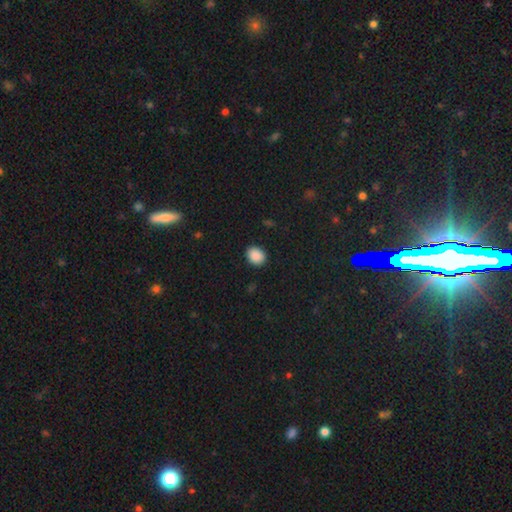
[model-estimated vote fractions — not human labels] This appears to be a smooth galaxy with no disk features (89%) that is in between round and cigar-shaped (53%). Merging: none (89%).